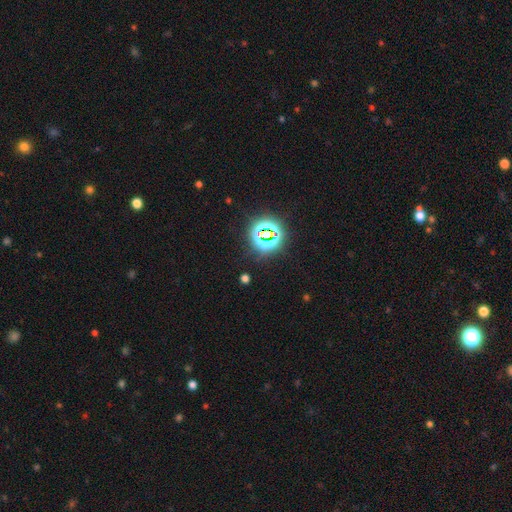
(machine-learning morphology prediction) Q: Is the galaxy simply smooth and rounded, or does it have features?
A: star or artifact — 83%.